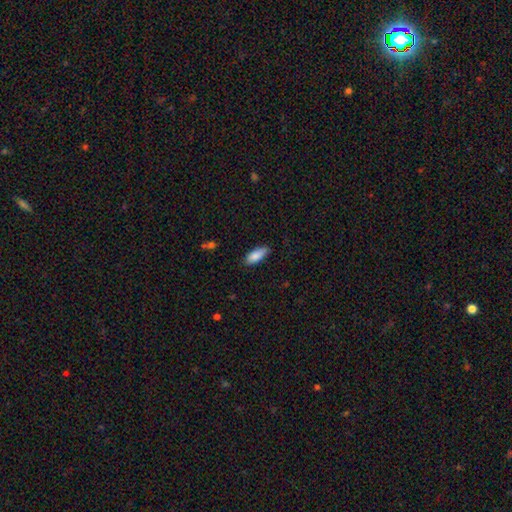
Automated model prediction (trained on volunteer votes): A smooth galaxy with no disk features (86%) that is in between round and cigar-shaped (73%). Merging: none (80%).